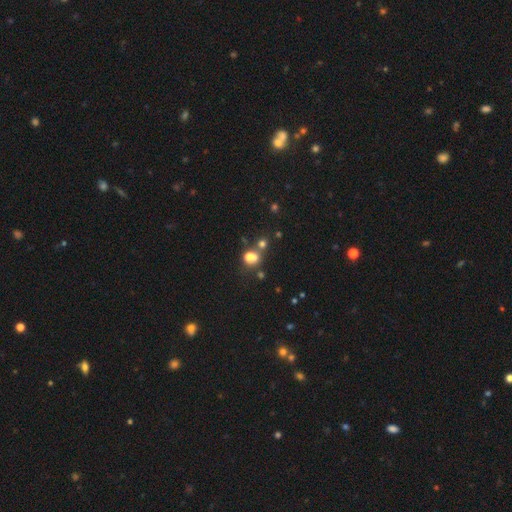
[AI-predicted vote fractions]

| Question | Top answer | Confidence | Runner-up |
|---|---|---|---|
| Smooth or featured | smooth | 64% | star or artifact (27%) |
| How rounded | round | 75% | in between (24%) |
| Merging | none | 57% | merger (28%) |